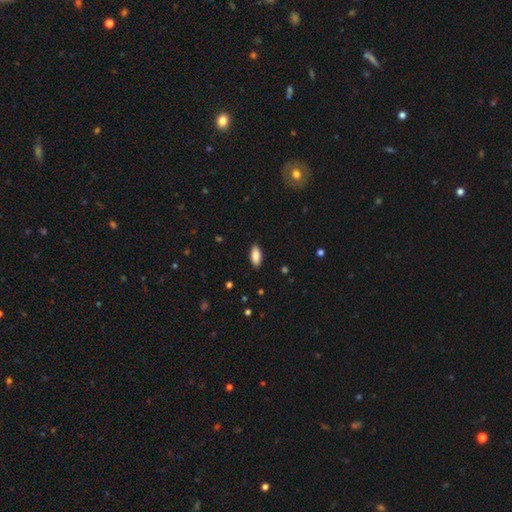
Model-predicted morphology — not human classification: Smooth or featured?
  - smooth: 88% *
  - star or artifact: 6%
  - featured or disk: 6%
How rounded?
  - in between: 86% *
  - cigar-shaped: 12%
  - round: 2%
Merging?
  - none: 89% *
  - minor disturbance: 8%
  - major disturbance: 2%
  - merger: 1%